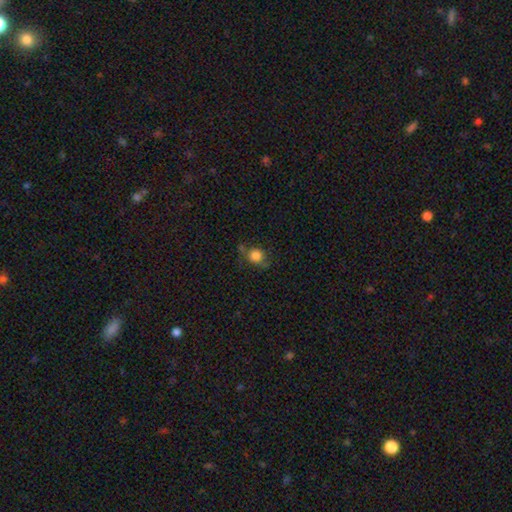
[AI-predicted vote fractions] This is likely a smooth galaxy (80%). How rounded: clearly round (81%). Merging: possibly none (60%).